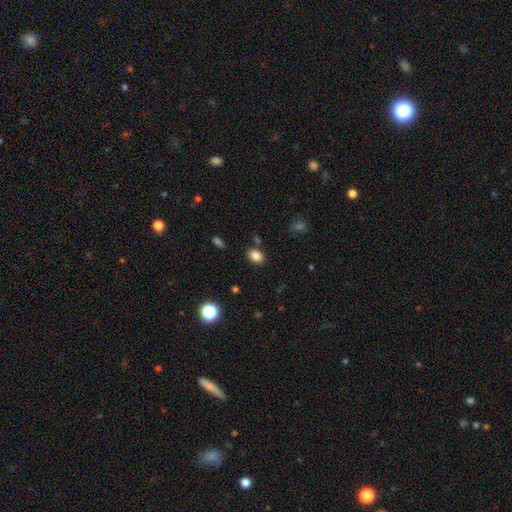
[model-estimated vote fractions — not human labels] Morphology: type=smooth (84%); roundness=in between (77%); merging=none (81%).